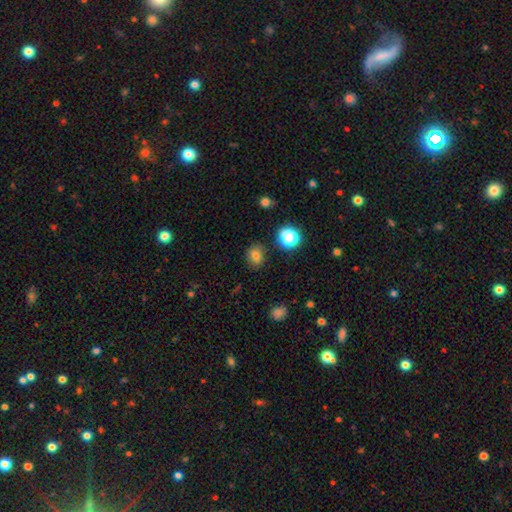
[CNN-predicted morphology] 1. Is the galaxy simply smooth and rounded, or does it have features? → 76% smooth, 16% star or artifact, 8% featured or disk.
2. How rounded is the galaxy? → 65% round, 34% in between, 1% cigar-shaped.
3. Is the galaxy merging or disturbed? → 84% none, 10% minor disturbance, 3% major disturbance, 3% merger.